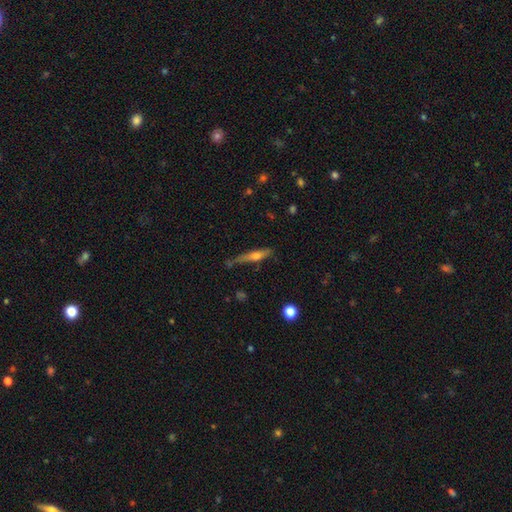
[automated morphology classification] Overall: featured or disk (52%; smooth 40%). Edge-on disk: yes (92%). Merging: none (69%).